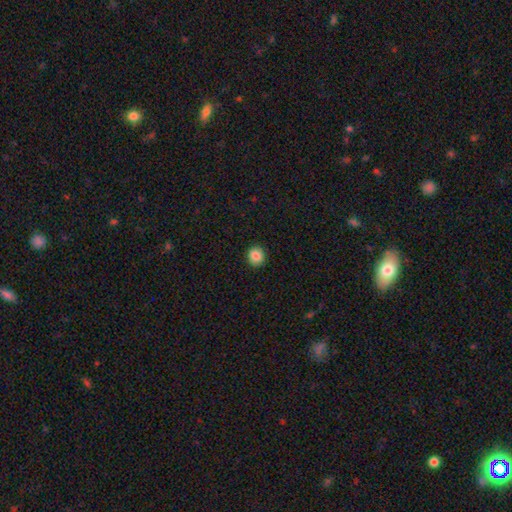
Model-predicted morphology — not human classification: A smooth galaxy with no disk features (86%) that is round (87%).

Vote fractions:
- Smooth or featured? smooth: 86% / star or artifact: 9% / featured or disk: 4%
- How rounded? round: 87% / in between: 12% / cigar-shaped: 1%
- Merging? none: 92% / minor disturbance: 6% / major disturbance: 2% / merger: 1%